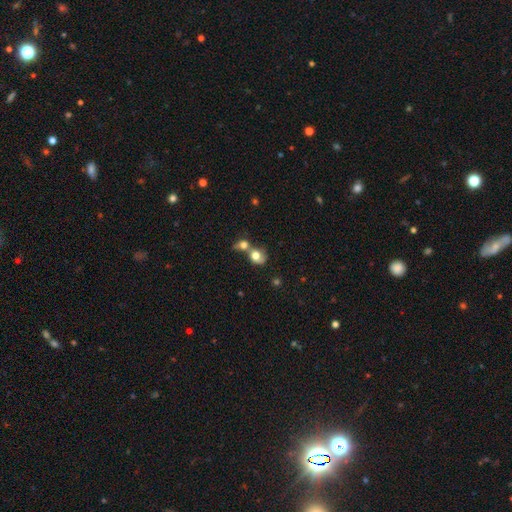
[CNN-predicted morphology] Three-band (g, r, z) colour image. It shows a smooth galaxy with no disk features (66%) that is round (62%). Merging: merger (66%).